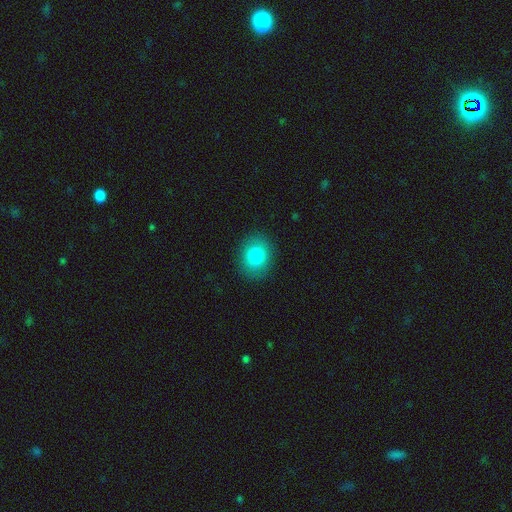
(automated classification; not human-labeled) This appears to be a smooth galaxy with no disk features (81%) that is round (61%). Merging: none (89%).